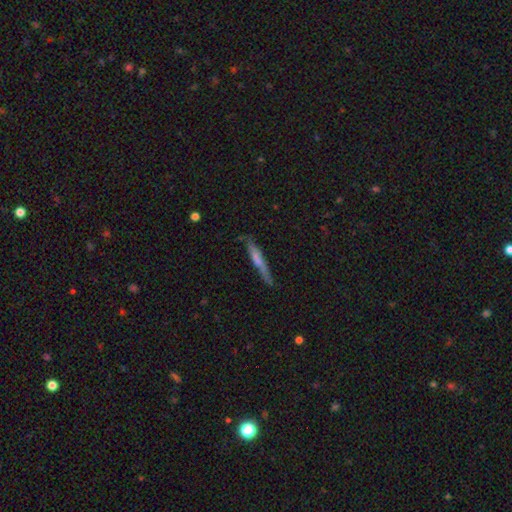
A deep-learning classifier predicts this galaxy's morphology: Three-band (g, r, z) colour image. It shows a featured or disk galaxy (51%) viewed edge-on (92%). Merging: none (78%).